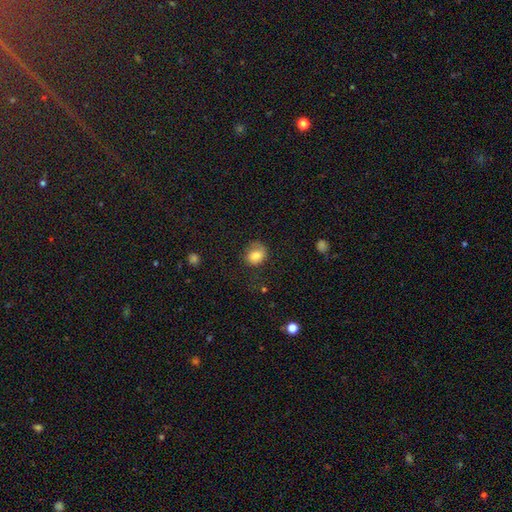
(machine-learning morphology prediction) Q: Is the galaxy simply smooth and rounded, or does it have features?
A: smooth — 78%.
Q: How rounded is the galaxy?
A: round — 59%.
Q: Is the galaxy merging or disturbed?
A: none — 57%.